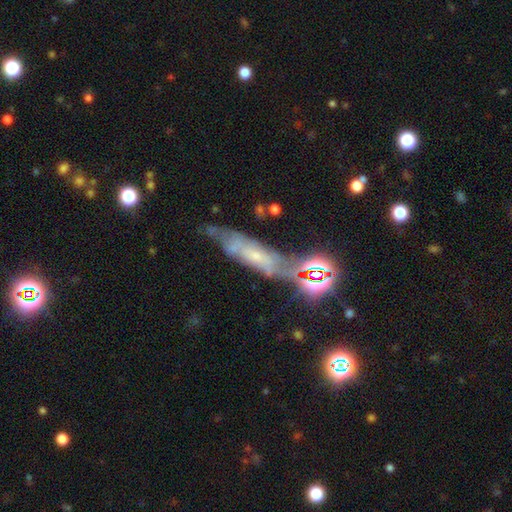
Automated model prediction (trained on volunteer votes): Overall: featured or disk (54%; smooth 26%). Edge-on disk: no (64%; yes 36%). Merging: none (47%; minor disturbance 25%).